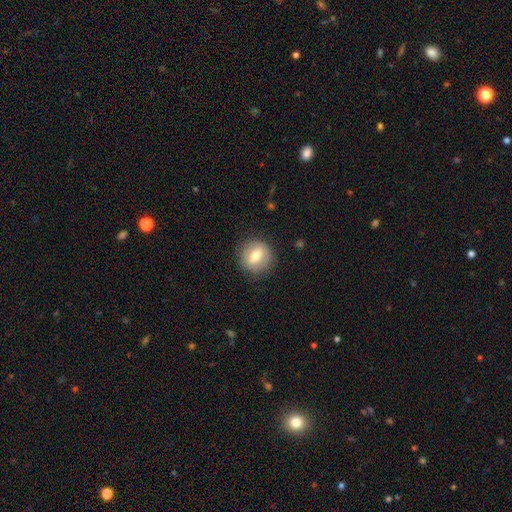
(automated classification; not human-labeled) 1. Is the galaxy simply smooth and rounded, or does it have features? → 56% smooth, 36% featured or disk, 8% star or artifact.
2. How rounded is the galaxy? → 88% round, 11% in between, 1% cigar-shaped.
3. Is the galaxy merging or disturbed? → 86% none, 9% minor disturbance, 3% major disturbance, 1% merger.